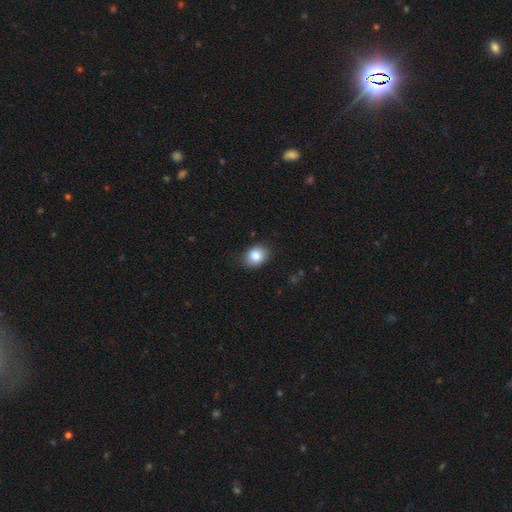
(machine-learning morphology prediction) type=smooth (85%); roundness=in between (57%); merging=none (84%).